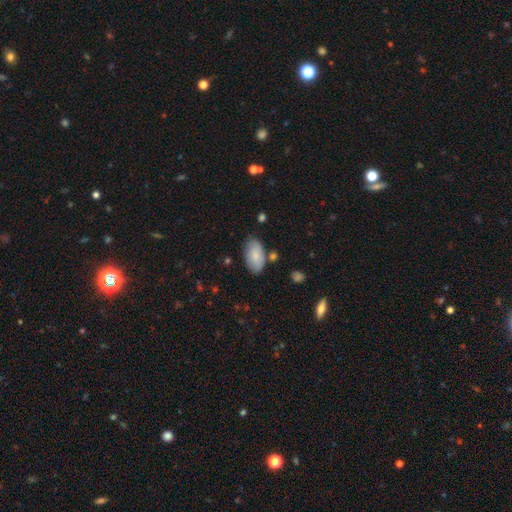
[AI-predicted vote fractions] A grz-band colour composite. It shows a smooth galaxy with no disk features (80%) that is in between round and cigar-shaped (95%). Merging: none (74%).